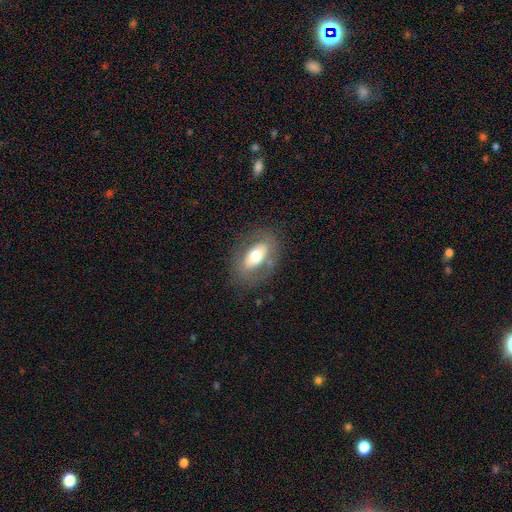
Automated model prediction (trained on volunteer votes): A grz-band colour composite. It shows a smooth galaxy with no disk features (50%). Merging: none (78%).